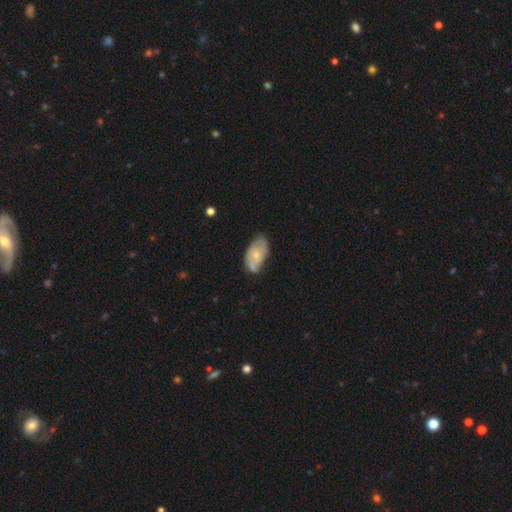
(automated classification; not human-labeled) Smooth or featured?
  - featured or disk: 51% *
  - smooth: 44%
  - star or artifact: 6%
Edge-on disk?
  - no: 94% *
  - yes: 6%
Merging?
  - none: 57% *
  - minor disturbance: 33%
  - major disturbance: 8%
  - merger: 3%